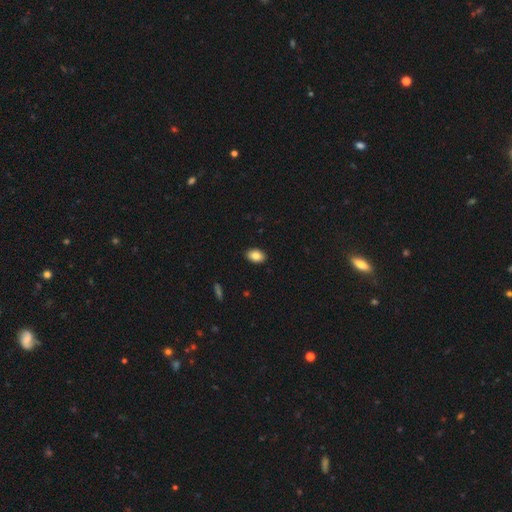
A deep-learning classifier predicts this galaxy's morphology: The model was most divided on "how rounded": in between: 85%, round: 14%, cigar-shaped: 1%. More confident: merging — none (90%); smooth or featured — smooth (85%).